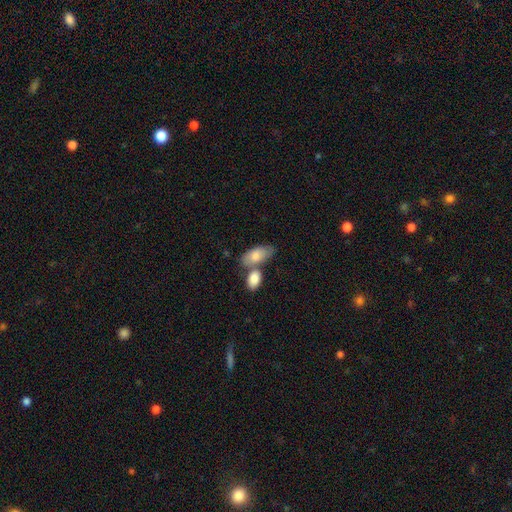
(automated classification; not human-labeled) This is likely a smooth galaxy (79%). How rounded: clearly in between (90%). Merging: marginally none (42%).